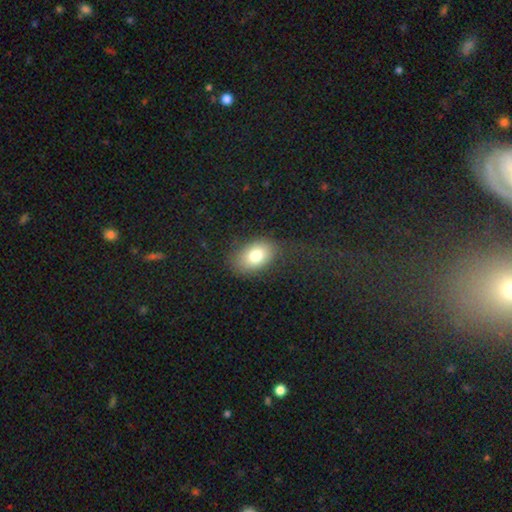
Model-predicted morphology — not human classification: smooth-or-featured: smooth: 79% | featured or disk: 12% | star or artifact: 9%
  how-rounded: in between: 83% | round: 16% | cigar-shaped: 1%
  merging: none: 73% | minor disturbance: 17% | major disturbance: 9% | merger: 1%